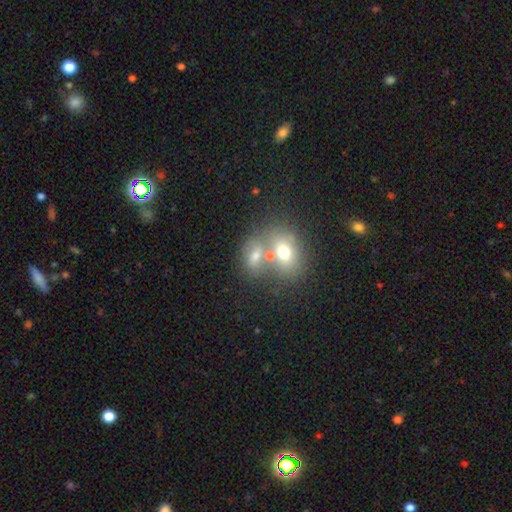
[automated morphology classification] A smooth galaxy with no disk features (64%) that is in between round and cigar-shaped (62%). Merging: merger (58%).